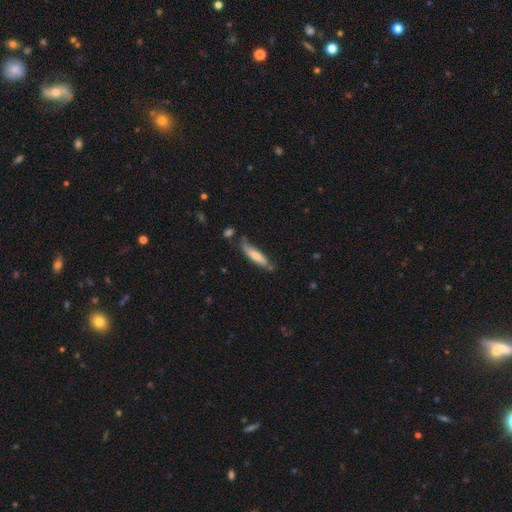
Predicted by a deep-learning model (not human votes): Smooth or featured?
  - smooth: 57% *
  - featured or disk: 36%
  - star or artifact: 7%
How rounded?
  - cigar-shaped: 80% *
  - in between: 19%
  - round: 2%
Merging?
  - none: 65% *
  - minor disturbance: 23%
  - merger: 6%
  - major disturbance: 6%